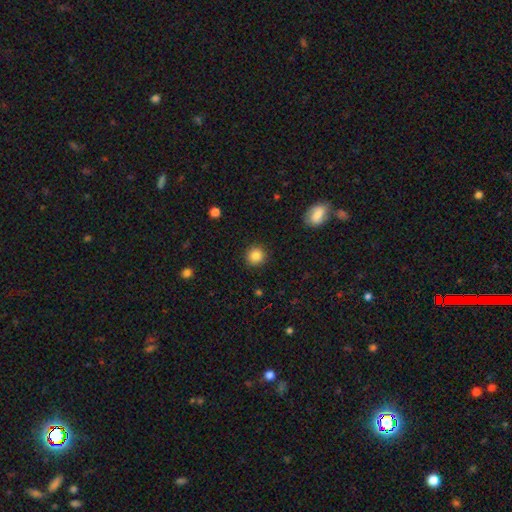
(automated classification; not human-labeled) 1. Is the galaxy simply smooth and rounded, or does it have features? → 85% smooth, 10% star or artifact, 5% featured or disk.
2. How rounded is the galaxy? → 93% round, 6% in between, 1% cigar-shaped.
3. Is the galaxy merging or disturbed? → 91% none, 6% minor disturbance, 2% major disturbance, 1% merger.